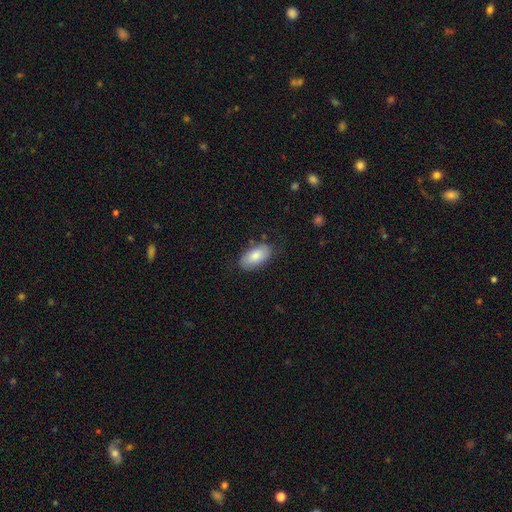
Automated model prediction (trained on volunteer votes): Smooth or featured? Predicted: smooth (p=0.81). How rounded? Predicted: in between (p=0.94). Merging? Predicted: none (p=0.79).